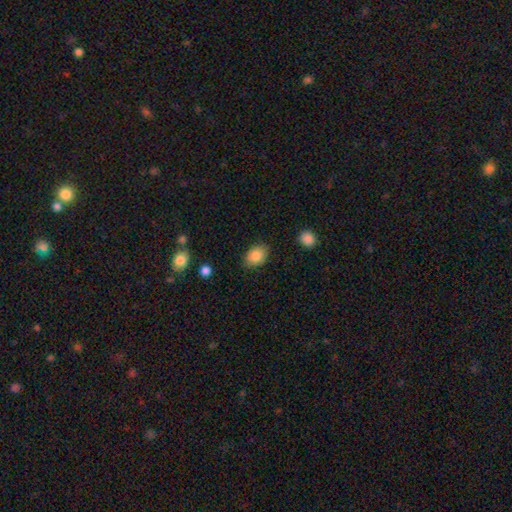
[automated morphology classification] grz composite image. It shows a smooth galaxy with no disk features (86%) that is in between round and cigar-shaped (76%). Merging: none (82%).